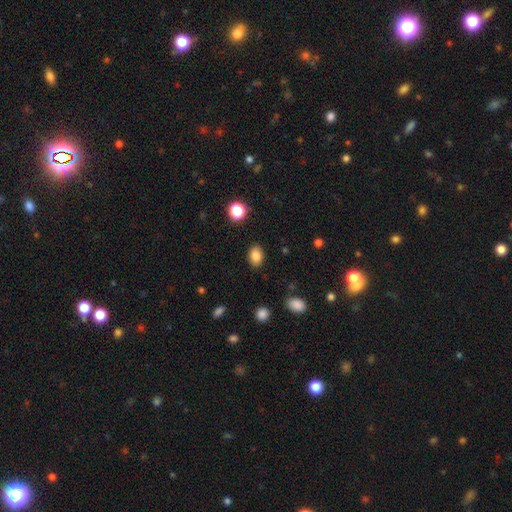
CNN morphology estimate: Smooth or featured? Predicted: smooth (p=0.85). How rounded? Predicted: in between (p=0.73). Merging? Predicted: none (p=0.87).